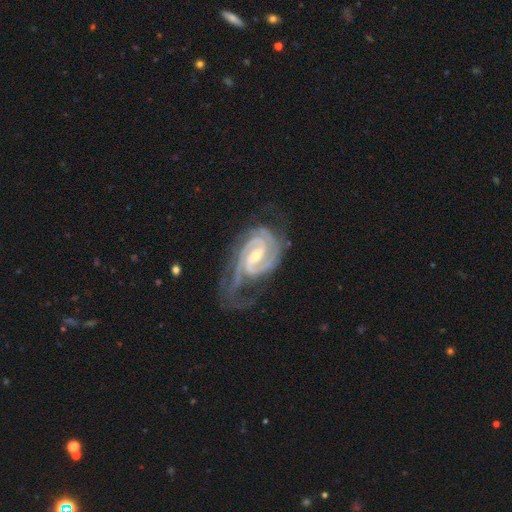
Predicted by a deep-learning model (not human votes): This is clearly a featured or disk galaxy (93%). It is clearly not viewed edge-on (98%). Bar: possibly weak (46%). Spiral arm pattern: clearly yes (99%). Spiral arm count: possibly 2 (58%). Spiral winding: possibly tight (59%). Central bulge: possibly small (59%). Merging: possibly none (56%).